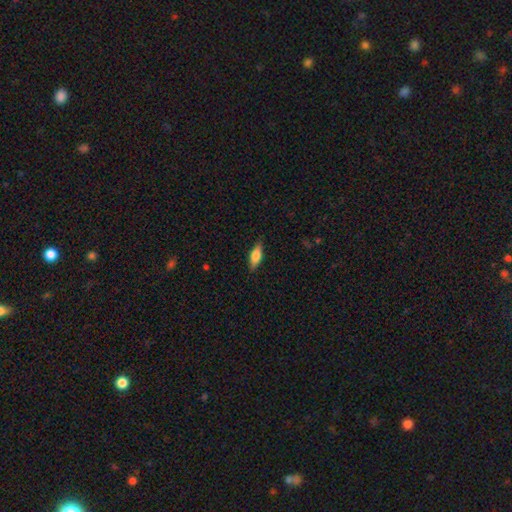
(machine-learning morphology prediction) A smooth galaxy with no disk features (69%) that is in between round and cigar-shaped (65%). Merging: none (85%).